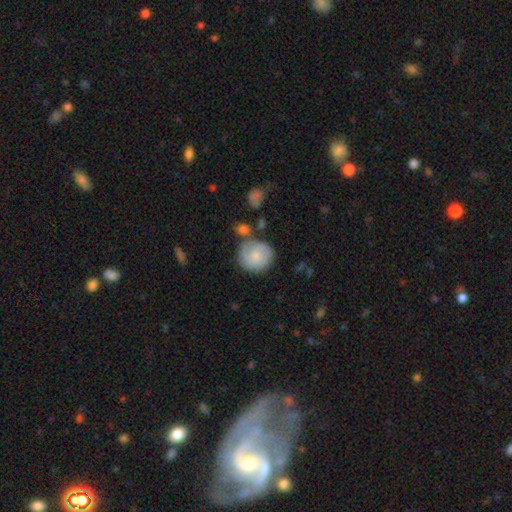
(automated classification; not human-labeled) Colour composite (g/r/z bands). It shows a smooth galaxy with no disk features (57%) that is round (87%). Merging: none (62%).